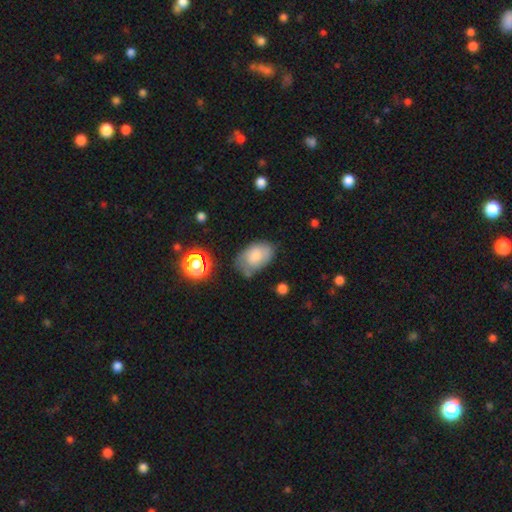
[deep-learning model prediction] Q: Smooth or featured?
A: smooth (72%); runner-up: featured or disk (19%)
Q: How rounded?
A: in between (90%); runner-up: round (9%)
Q: Merging?
A: none (51%); runner-up: minor disturbance (32%)